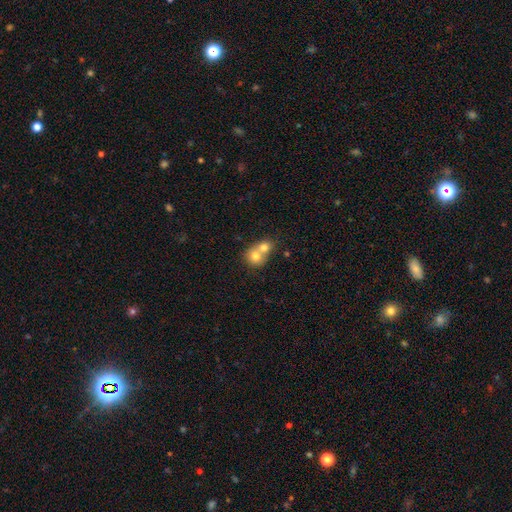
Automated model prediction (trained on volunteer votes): Smooth or featured? Predicted: smooth (p=0.71). How rounded? Predicted: round (p=0.75). Merging? Predicted: merger (p=0.71).